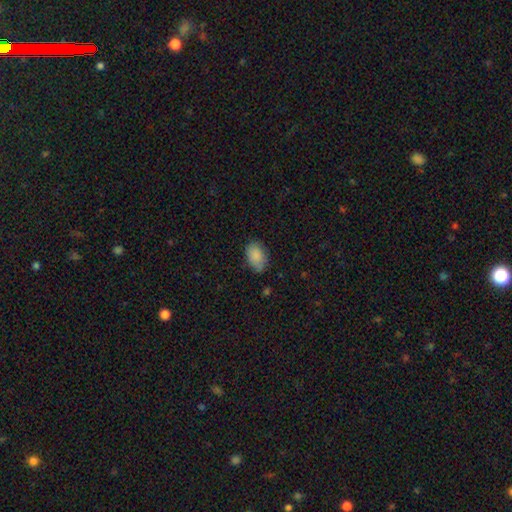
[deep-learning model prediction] Smooth or featured?
  - smooth: 88% *
  - star or artifact: 7%
  - featured or disk: 5%
How rounded?
  - in between: 90% *
  - round: 9%
  - cigar-shaped: 1%
Merging?
  - none: 73% *
  - minor disturbance: 22%
  - major disturbance: 4%
  - merger: 1%